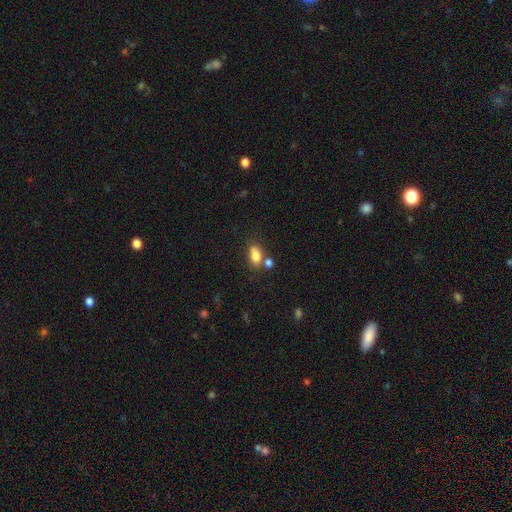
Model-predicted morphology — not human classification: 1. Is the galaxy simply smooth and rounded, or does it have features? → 81% smooth, 10% star or artifact, 10% featured or disk.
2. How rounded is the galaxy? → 82% in between, 14% round, 4% cigar-shaped.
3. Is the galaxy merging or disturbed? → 54% none, 26% merger, 15% minor disturbance, 5% major disturbance.